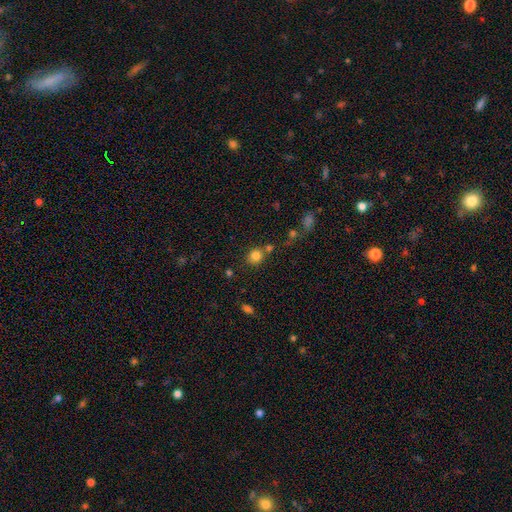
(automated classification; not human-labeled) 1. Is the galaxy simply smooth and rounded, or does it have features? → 82% smooth, 12% star or artifact, 6% featured or disk.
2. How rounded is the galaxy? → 84% round, 15% in between, 1% cigar-shaped.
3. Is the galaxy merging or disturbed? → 68% none, 17% merger, 11% minor disturbance, 4% major disturbance.